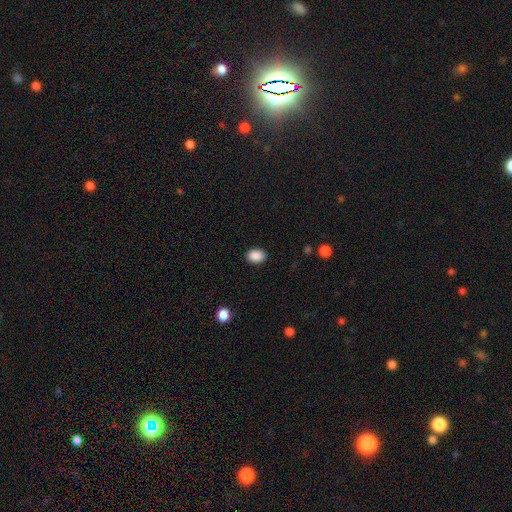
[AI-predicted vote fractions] smooth 89%, star or artifact 8%, featured or disk 3%. Down the decision tree: how rounded — in between (82%); merging — none (87%).